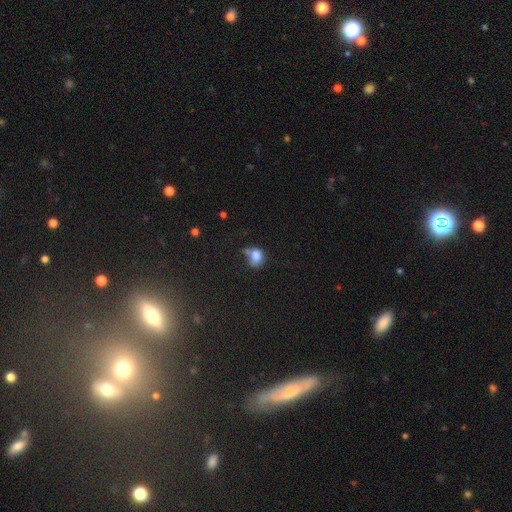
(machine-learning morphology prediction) Smooth or featured? Predicted: smooth (p=0.79). How rounded? Predicted: in between (p=0.51). Merging? Predicted: none (p=0.37).